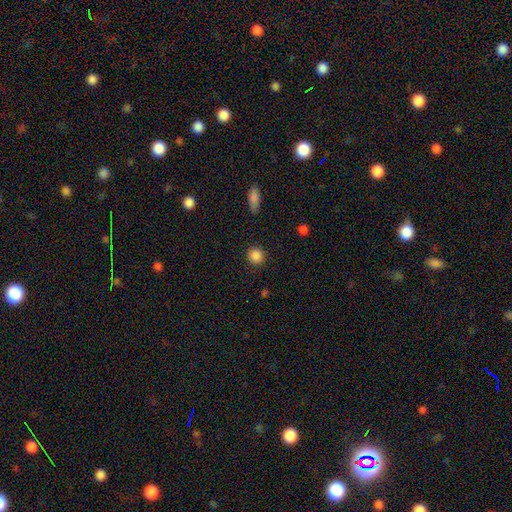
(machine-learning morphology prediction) Smooth or featured: smooth — 86% (star or artifact — 10%)
How rounded: round — 90% (in between — 9%)
Merging: none — 90% (minor disturbance — 7%)